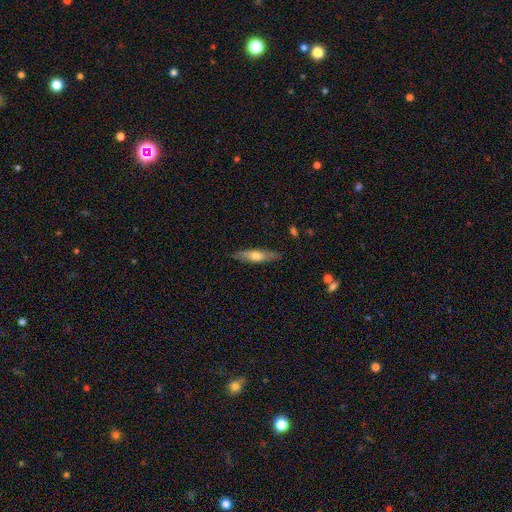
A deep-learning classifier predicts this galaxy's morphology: smooth 51%, featured or disk 43%, star or artifact 6%. Down the decision tree: how rounded — cigar-shaped (70%); merging — none (85%).